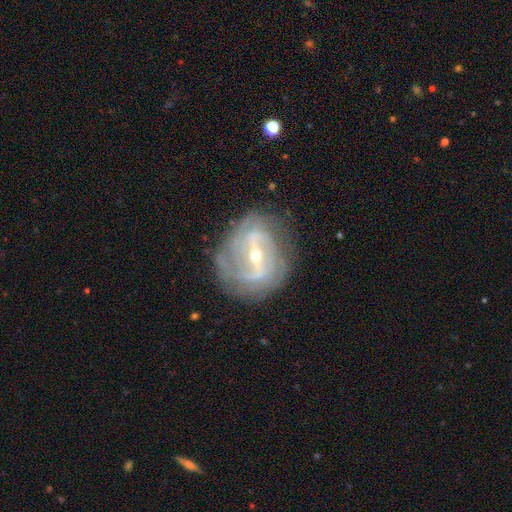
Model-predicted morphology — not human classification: Smooth or featured? featured or disk (88%)
Edge-on disk? no (96%)
Bar? strong (55%)
Spiral arms? yes (94%)
Spiral winding? medium (41%, tied with tight)
Spiral arm count? 2 (45%)
Bulge size? small (64%)
Merging? none (73%)